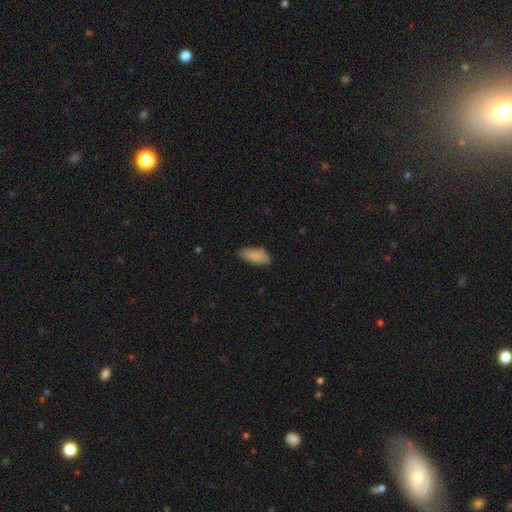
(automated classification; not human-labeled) This appears to be a smooth galaxy with no disk features (87%) that is in between round and cigar-shaped (88%). Merging: none (76%).